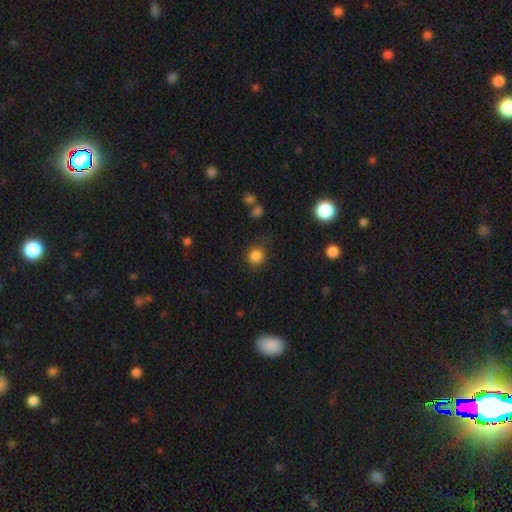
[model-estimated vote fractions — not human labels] A smooth galaxy with no disk features (83%) that is round (88%).

Vote fractions:
- Smooth or featured? smooth: 83% / star or artifact: 13% / featured or disk: 4%
- How rounded? round: 88% / in between: 11% / cigar-shaped: 1%
- Merging? none: 77% / minor disturbance: 14% / major disturbance: 6% / merger: 3%